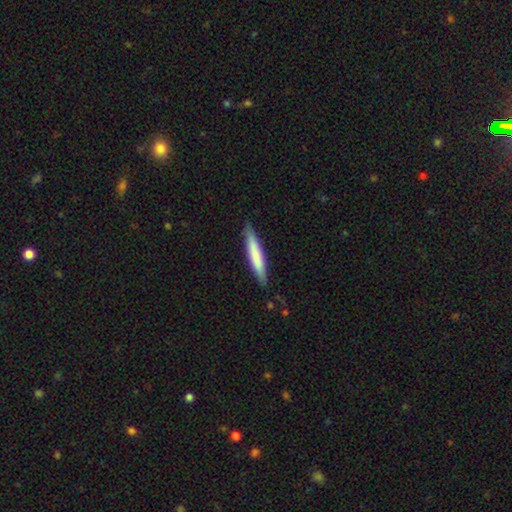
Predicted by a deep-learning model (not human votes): Smooth or featured? smooth (72%)
How rounded? cigar-shaped (92%)
Merging? none (86%)